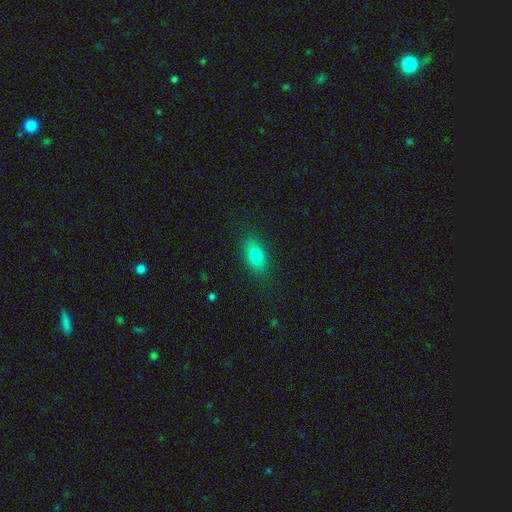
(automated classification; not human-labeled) A smooth galaxy with no disk features (79%) that is in between round and cigar-shaped (85%). Merging: none (84%).